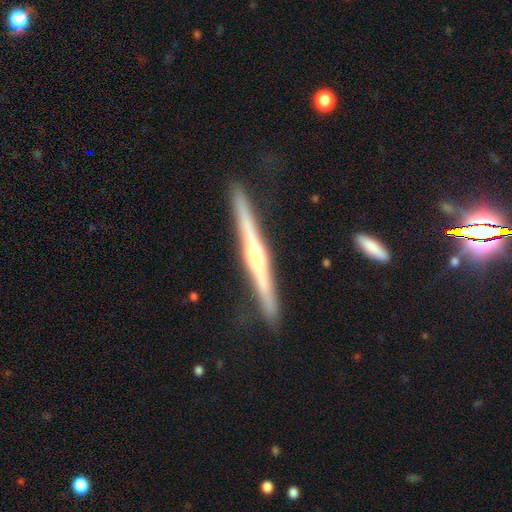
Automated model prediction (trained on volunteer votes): featured or disk 77%, smooth 18%, star or artifact 5%. Down the decision tree: edge-on disk — yes (98%); edge-on bulge — rounded (48%); merging — none (88%).